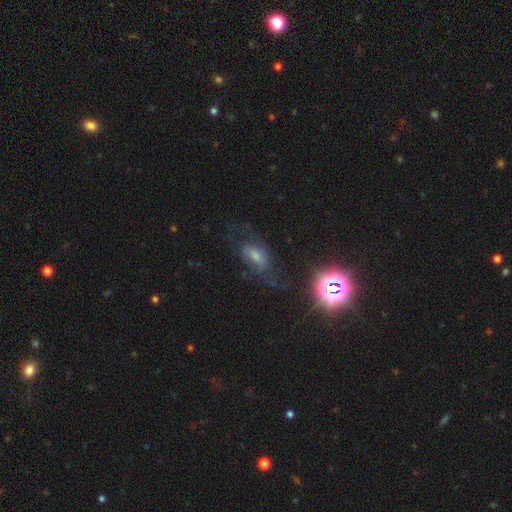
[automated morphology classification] A featured or disk galaxy (42%).

Vote fractions:
- Smooth or featured? featured or disk: 42% / smooth: 30% / star or artifact: 28%
- Merging? none: 52% / major disturbance: 24% / minor disturbance: 22% / merger: 3%